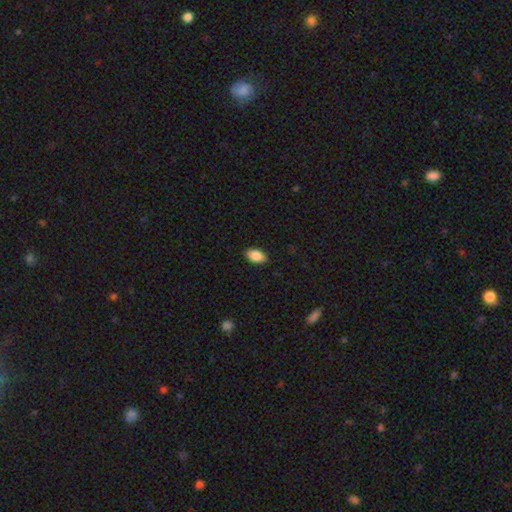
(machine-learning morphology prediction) This appears to be a smooth galaxy with no disk features (88%) that is in between round and cigar-shaped (93%). Merging: none (89%).